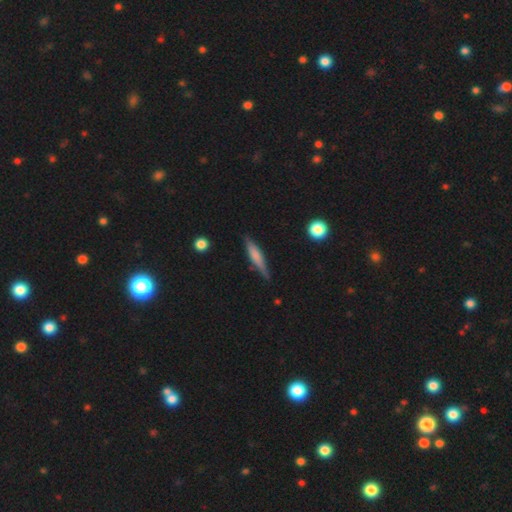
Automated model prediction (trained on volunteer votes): Overall: smooth (55%; featured or disk 39%). How rounded: cigar-shaped (84%). Merging: none (80%).